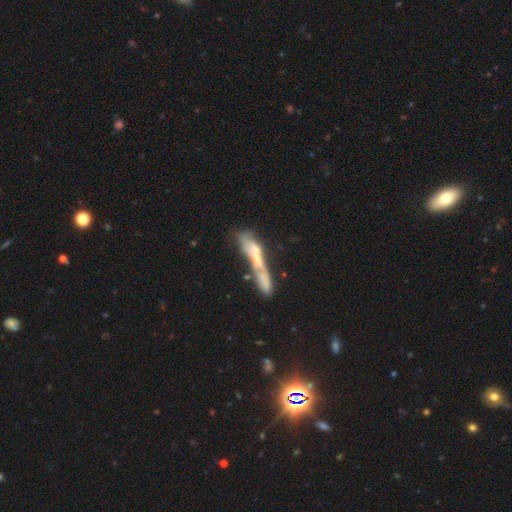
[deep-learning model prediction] A featured or disk galaxy (51%). Merging: merger (45%).